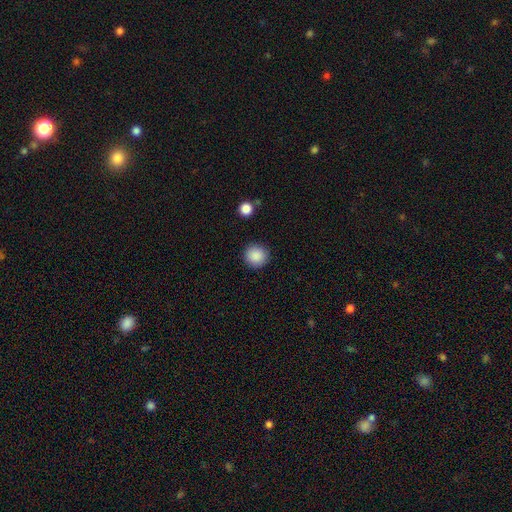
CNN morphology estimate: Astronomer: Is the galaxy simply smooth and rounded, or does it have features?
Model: smooth — 88%.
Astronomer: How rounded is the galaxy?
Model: round — 93%.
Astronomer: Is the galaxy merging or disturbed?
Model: none — 90%.